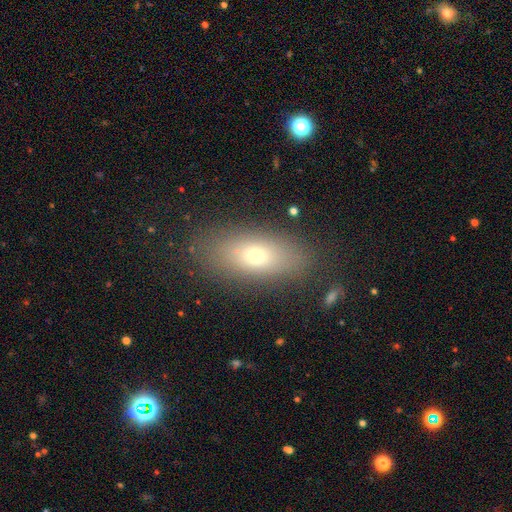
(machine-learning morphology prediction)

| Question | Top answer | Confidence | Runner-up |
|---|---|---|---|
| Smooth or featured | smooth | 66% | featured or disk (21%) |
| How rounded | in between | 75% | cigar-shaped (18%) |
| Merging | none | 83% | minor disturbance (10%) |